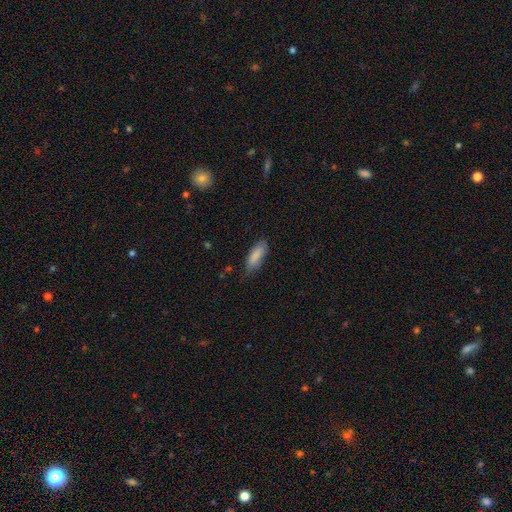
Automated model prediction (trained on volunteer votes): A smooth galaxy with no disk features (86%) that is in between round and cigar-shaped (69%). Merging: none (67%).